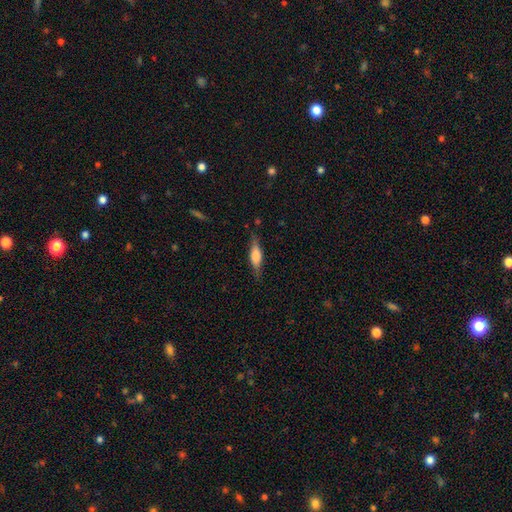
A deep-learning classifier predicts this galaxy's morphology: Smooth or featured? Predicted: smooth (p=0.52). How rounded? Predicted: cigar-shaped (p=0.59). Merging? Predicted: none (p=0.81).